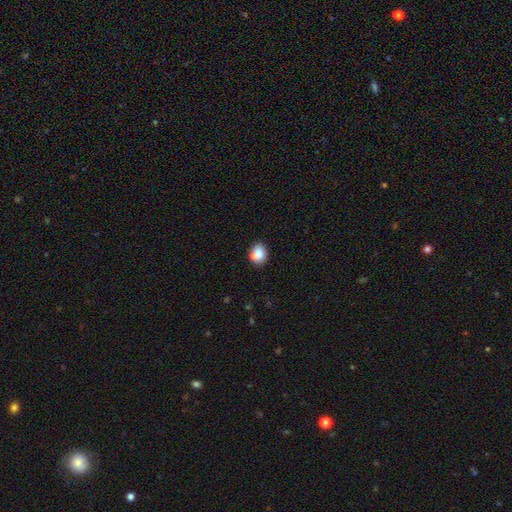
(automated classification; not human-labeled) Smooth or featured?
  - smooth: 80% *
  - featured or disk: 11%
  - star or artifact: 9%
How rounded?
  - round: 54% *
  - in between: 45%
  - cigar-shaped: 1%
Merging?
  - none: 57% *
  - merger: 22%
  - minor disturbance: 17%
  - major disturbance: 5%